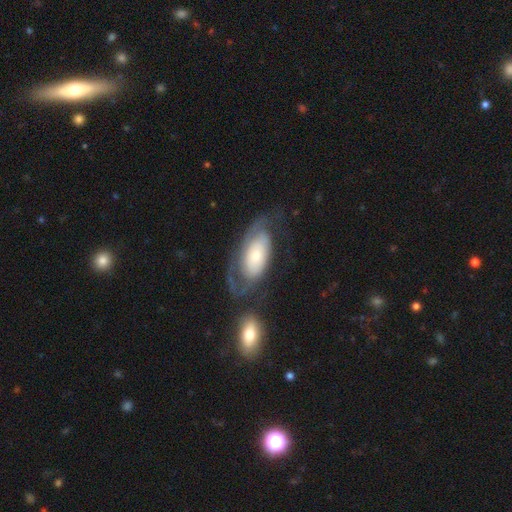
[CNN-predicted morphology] This appears to be a featured or disk galaxy (66%) with no bar (77%), spiral arms (78%) and a small central bulge (53%). Merging: none (44%).